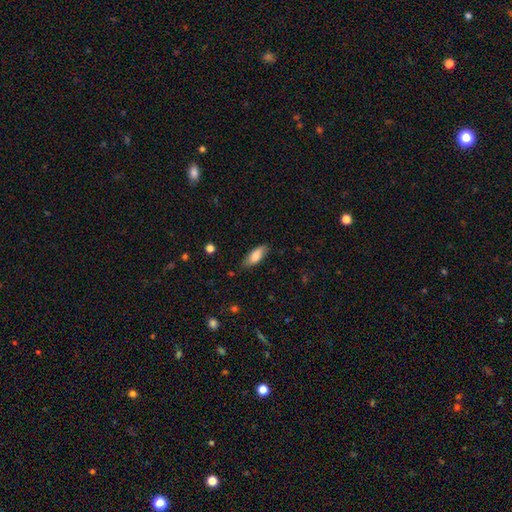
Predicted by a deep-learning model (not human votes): A smooth galaxy with no disk features (81%) that is in between round and cigar-shaped (77%).

Vote fractions:
- Smooth or featured? smooth: 81% / featured or disk: 13% / star or artifact: 6%
- How rounded? in between: 77% / cigar-shaped: 21% / round: 2%
- Merging? none: 77% / minor disturbance: 18% / major disturbance: 3% / merger: 1%